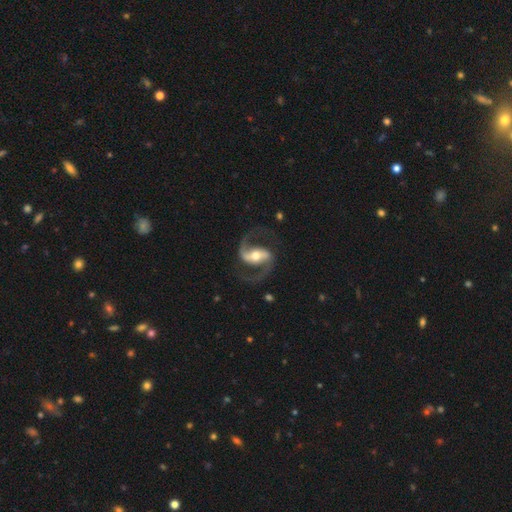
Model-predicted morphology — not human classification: smooth-or-featured: featured or disk: 93% | star or artifact: 4% | smooth: 4%
  disk-edge-on: no: 97% | yes: 3%
    bar: strong: 50% | weak: 32% | no: 18%
    has-spiral-arms: yes: 98% | no: 2%
      spiral-winding: medium: 55% | loose: 36% | tight: 10%
      spiral-arm-count: 2: 94% | 1: 2% | can't tell: 1% | 3: 1% | 4: 1% | more than 4: 1%
    bulge-size: moderate: 67% | small: 23% | large: 8% | none: 1% | dominant: 1%
  merging: none: 80% | minor disturbance: 11% | major disturbance: 7% | merger: 1%